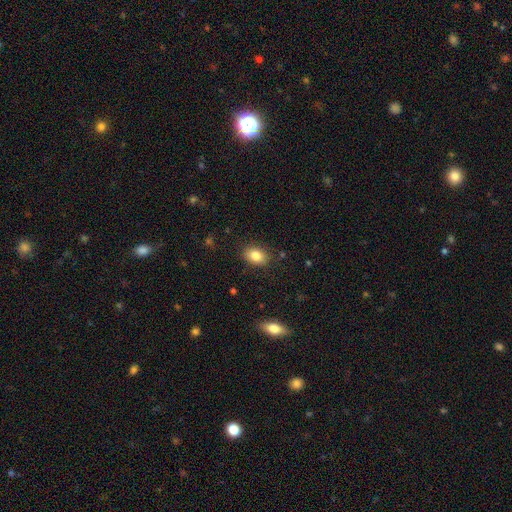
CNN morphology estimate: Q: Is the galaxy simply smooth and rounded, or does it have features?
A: smooth — 84%.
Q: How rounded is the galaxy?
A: in between — 80%.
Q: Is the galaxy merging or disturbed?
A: none — 86%.